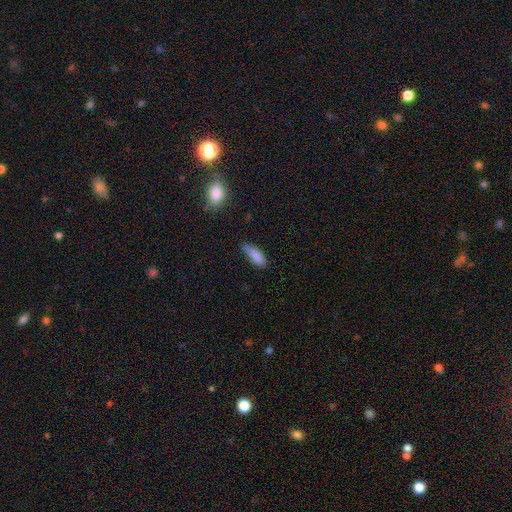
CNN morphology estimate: smooth-or-featured: smooth: 84% | star or artifact: 8% | featured or disk: 8%
  how-rounded: in between: 59% | cigar-shaped: 39% | round: 2%
  merging: none: 52% | minor disturbance: 37% | major disturbance: 8% | merger: 3%